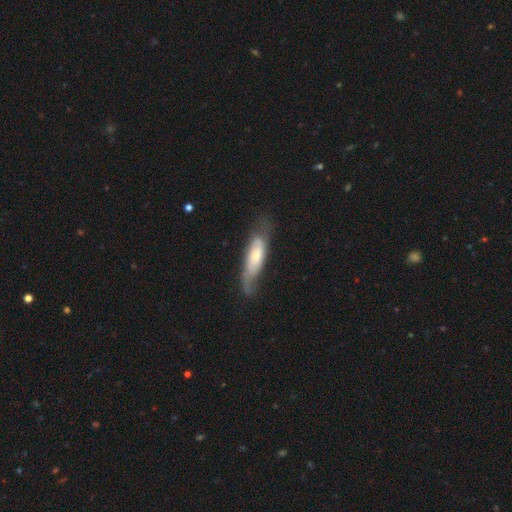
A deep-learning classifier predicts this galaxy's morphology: Q: Smooth or featured?
A: featured or disk (50%); runner-up: smooth (44%)
Q: Edge-on disk?
A: no (70%); runner-up: yes (30%)
Q: Merging?
A: none (48%); runner-up: minor disturbance (28%)